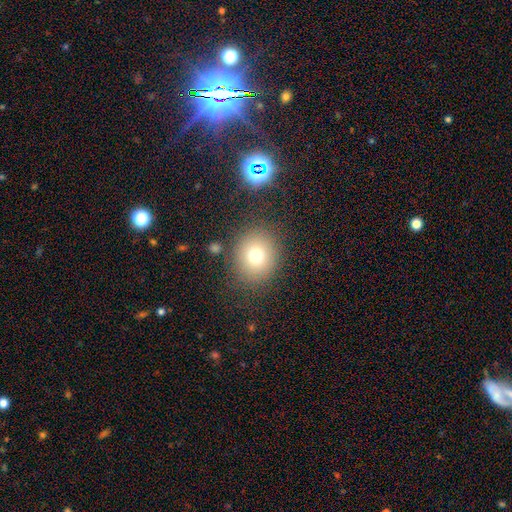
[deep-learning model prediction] smooth-or-featured: smooth: 74% | star or artifact: 15% | featured or disk: 12%
  how-rounded: round: 80% | in between: 19% | cigar-shaped: 1%
  merging: none: 83% | minor disturbance: 9% | major disturbance: 4% | merger: 3%